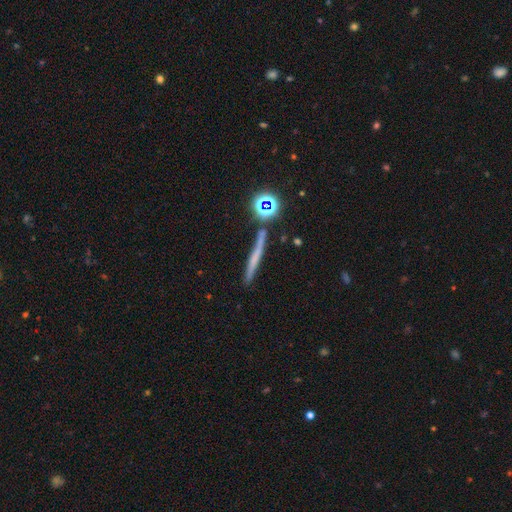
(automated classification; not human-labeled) Smooth or featured: smooth — 43% (featured or disk — 38%)
Merging: none — 79% (minor disturbance — 11%)